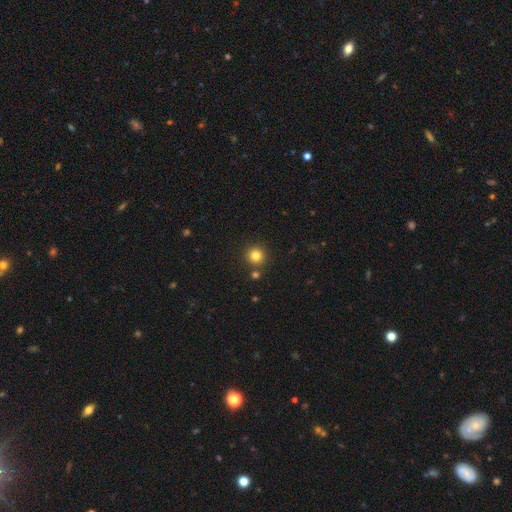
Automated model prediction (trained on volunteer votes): This appears to be a smooth galaxy with no disk features (82%) that is round (95%). Merging: none (86%).